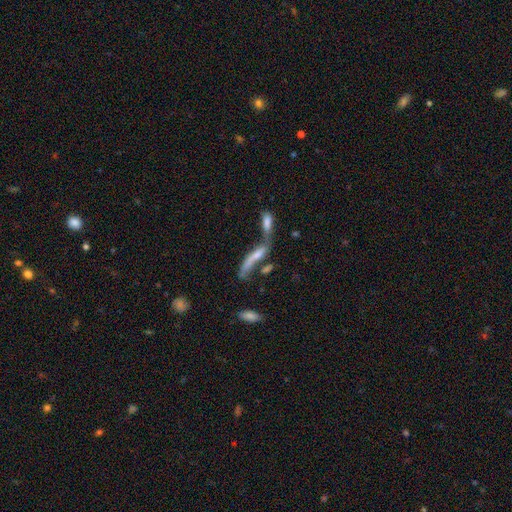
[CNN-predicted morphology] featured or disk 53%, smooth 35%, star or artifact 12%. Down the decision tree: edge-on disk — no (51%); merging — merger (57%).